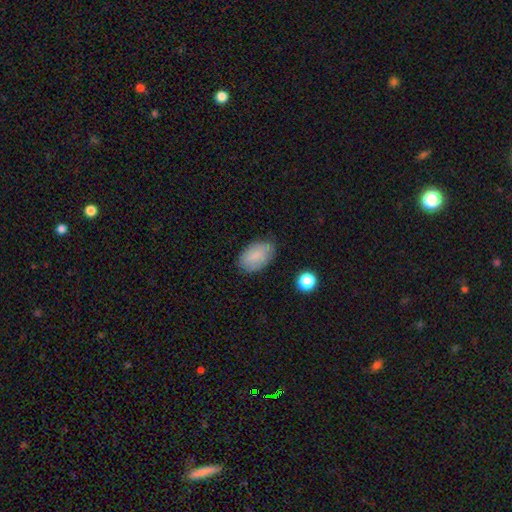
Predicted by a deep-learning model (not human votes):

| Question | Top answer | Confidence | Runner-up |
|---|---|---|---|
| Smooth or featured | smooth | 81% | featured or disk (11%) |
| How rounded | in between | 92% | round (6%) |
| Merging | none | 77% | minor disturbance (18%) |